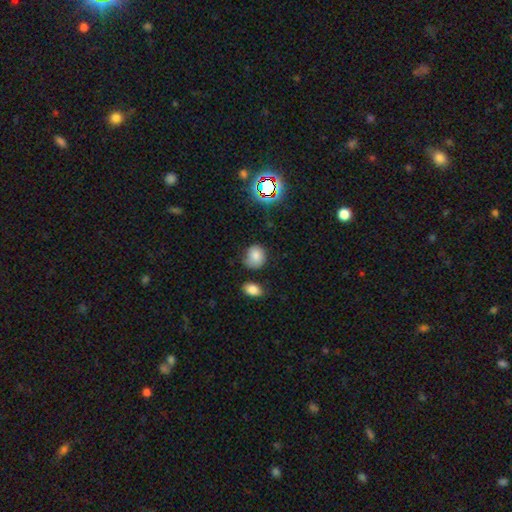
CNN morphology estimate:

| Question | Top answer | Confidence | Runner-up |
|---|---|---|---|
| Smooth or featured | smooth | 80% | star or artifact (12%) |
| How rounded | round | 67% | in between (32%) |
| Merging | none | 65% | minor disturbance (25%) |